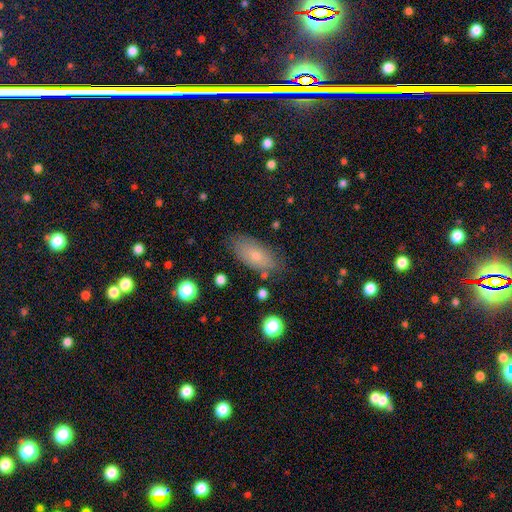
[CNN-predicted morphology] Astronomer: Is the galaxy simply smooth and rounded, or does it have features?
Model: smooth — 73%.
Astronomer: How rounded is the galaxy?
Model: in between — 88%.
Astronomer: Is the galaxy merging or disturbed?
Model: none — 79%.